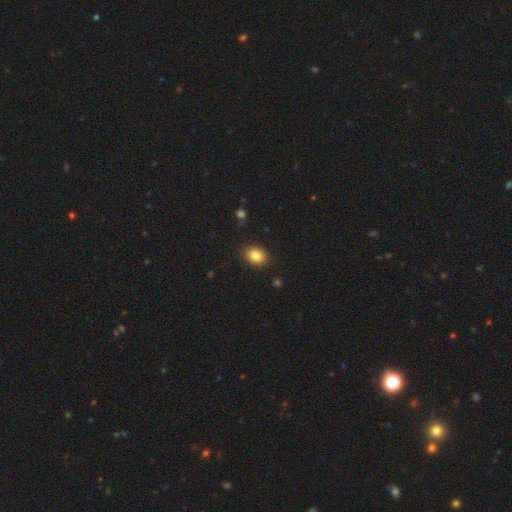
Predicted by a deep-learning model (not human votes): Morphology: type=smooth (84%); roundness=in between (61%); merging=none (89%).